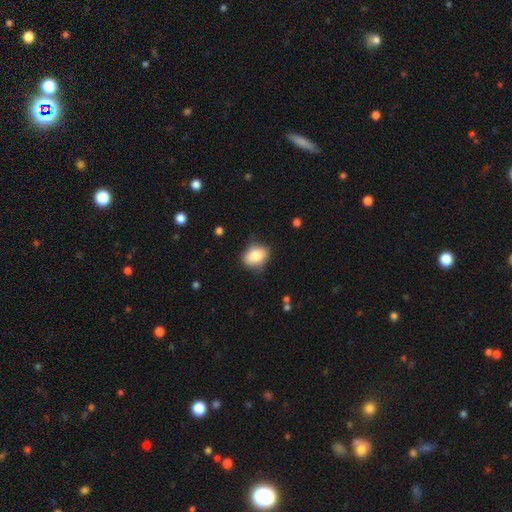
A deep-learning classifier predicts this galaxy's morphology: smooth 80%, featured or disk 12%, star or artifact 8%. Down the decision tree: how rounded — in between (66%); merging — none (73%).